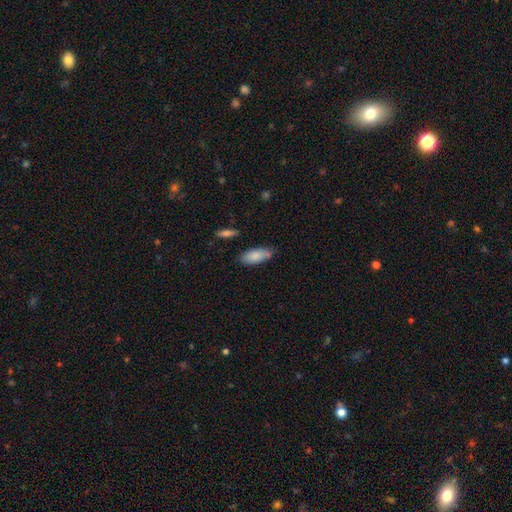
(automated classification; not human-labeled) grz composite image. It shows a smooth galaxy with no disk features (85%) that is in between round and cigar-shaped (81%). Merging: none (73%).